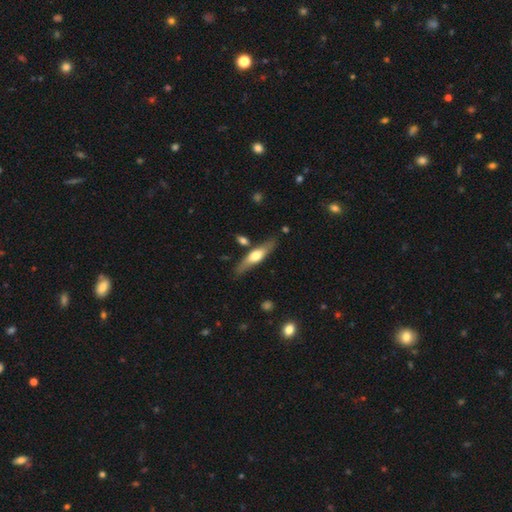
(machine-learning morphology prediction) A featured or disk galaxy (50%) viewed edge-on (87%). Merging: none (79%).